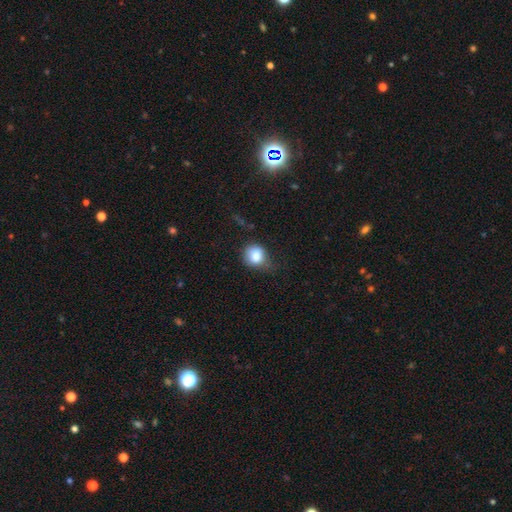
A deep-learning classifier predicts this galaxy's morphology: This is clearly a smooth galaxy (81%). How rounded: likely round (71%). Merging: possibly none (50%).